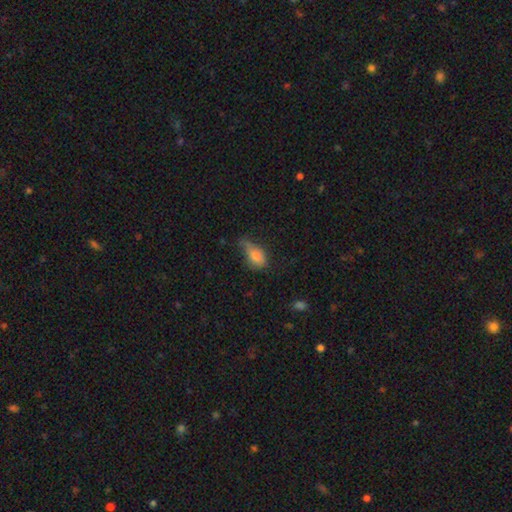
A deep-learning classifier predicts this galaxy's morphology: smooth_or_featured: smooth (p=0.76) [alt: featured or disk p=0.14]
how_rounded: in between (p=0.82) [alt: round p=0.10]
merging: minor disturbance (p=0.42) [alt: none p=0.30]